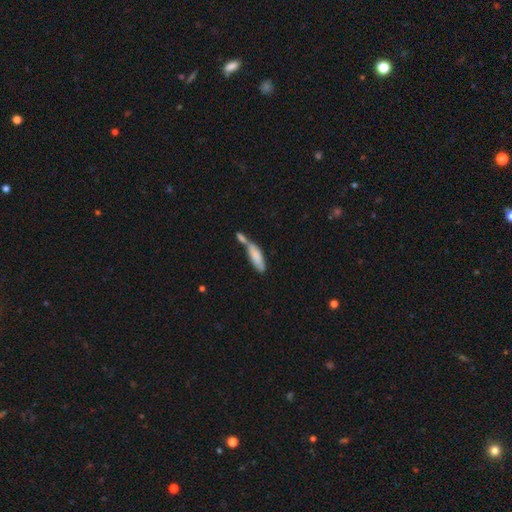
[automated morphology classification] type=smooth (75%); roundness=in between (54%); merging=merger (57%).